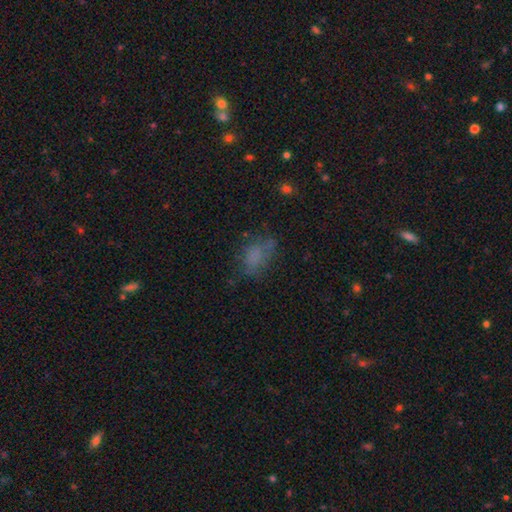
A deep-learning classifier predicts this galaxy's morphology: Q: Smooth or featured?
A: smooth (67%); runner-up: star or artifact (17%)
Q: How rounded?
A: in between (80%); runner-up: round (17%)
Q: Merging?
A: none (53%); runner-up: minor disturbance (25%)